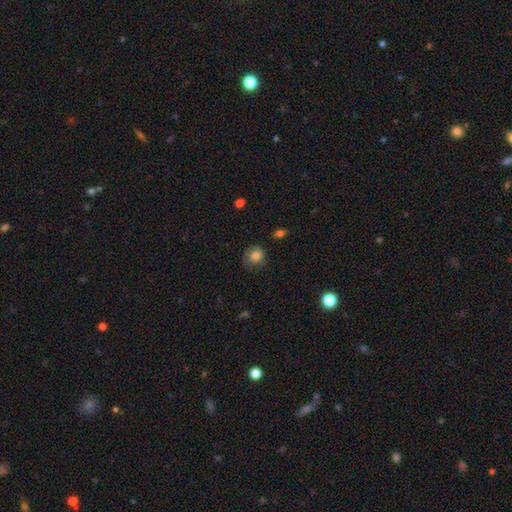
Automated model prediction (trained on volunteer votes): smooth_or_featured: smooth (p=0.81) [alt: star or artifact p=0.10]
how_rounded: round (p=0.77) [alt: in between p=0.23]
merging: none (p=0.65) [alt: minor disturbance p=0.26]